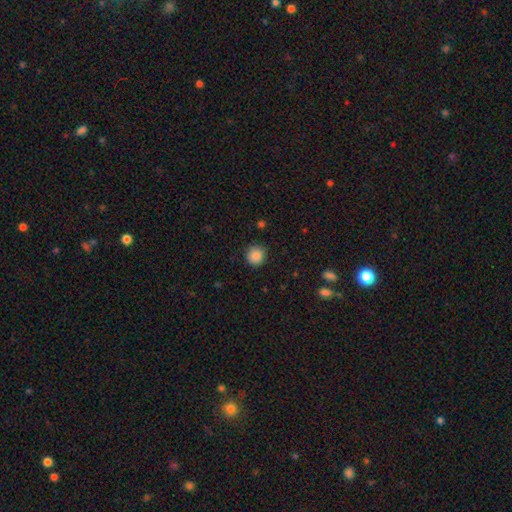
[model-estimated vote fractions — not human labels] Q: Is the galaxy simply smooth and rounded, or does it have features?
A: smooth — 87%.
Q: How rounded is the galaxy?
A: round — 92%.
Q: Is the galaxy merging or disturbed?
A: none — 90%.